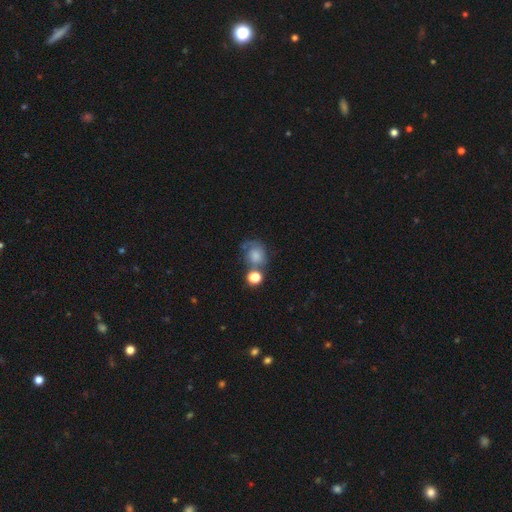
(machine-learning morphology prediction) The model was most divided on "merging": none: 39%, merger: 24%, minor disturbance: 21%, major disturbance: 16%. More confident: smooth or featured — smooth (68%); how rounded — round (66%).